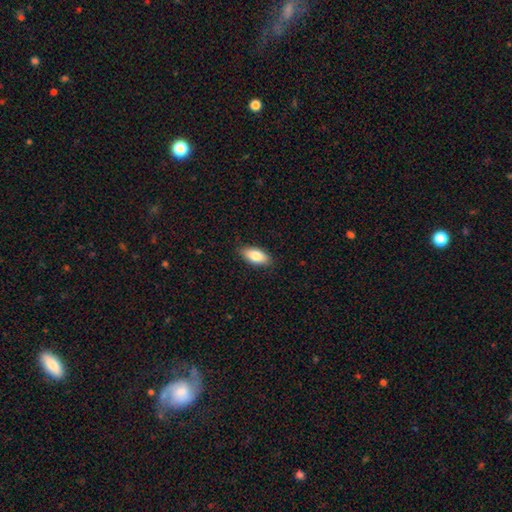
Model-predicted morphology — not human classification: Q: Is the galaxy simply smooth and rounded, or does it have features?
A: smooth — 83%.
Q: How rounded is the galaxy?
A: in between — 88%.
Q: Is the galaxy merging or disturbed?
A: none — 86%.